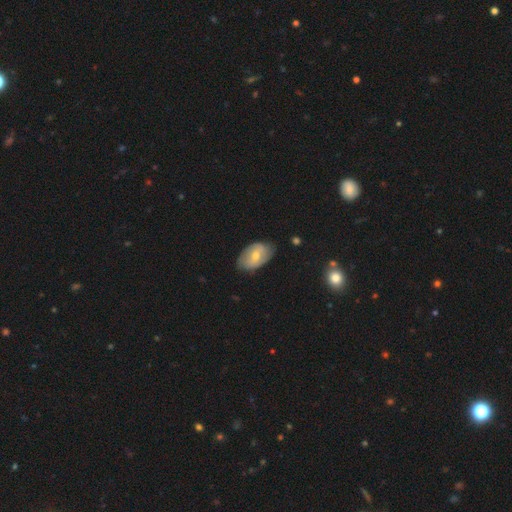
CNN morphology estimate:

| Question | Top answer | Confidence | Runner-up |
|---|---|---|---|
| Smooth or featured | smooth | 51% | featured or disk (42%) |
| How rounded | in between | 90% | round (9%) |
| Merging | none | 73% | minor disturbance (22%) |